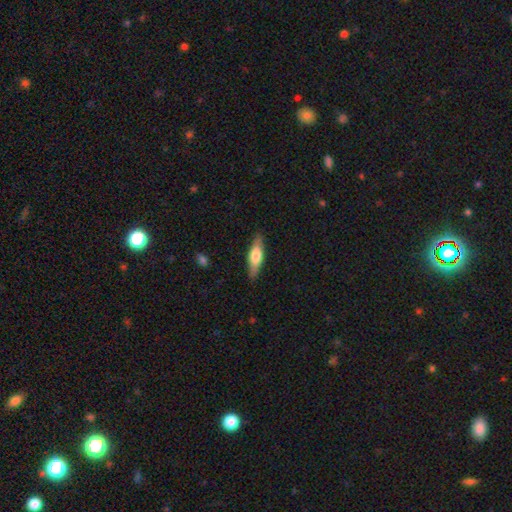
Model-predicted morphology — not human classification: A smooth galaxy with no disk features (55%) that is cigar-shaped (60%). Merging: none (86%).